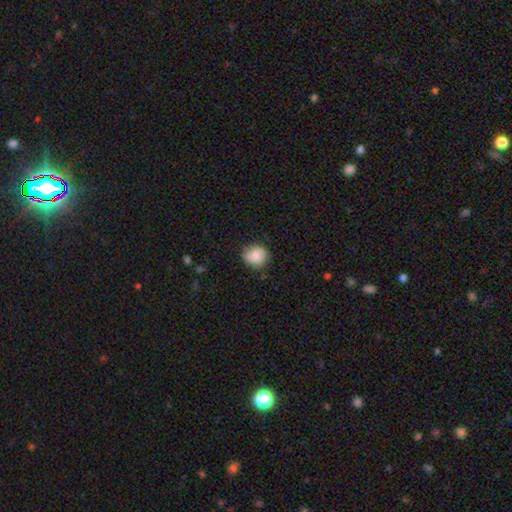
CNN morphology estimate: type=smooth (83%); roundness=round (78%); merging=none (78%).